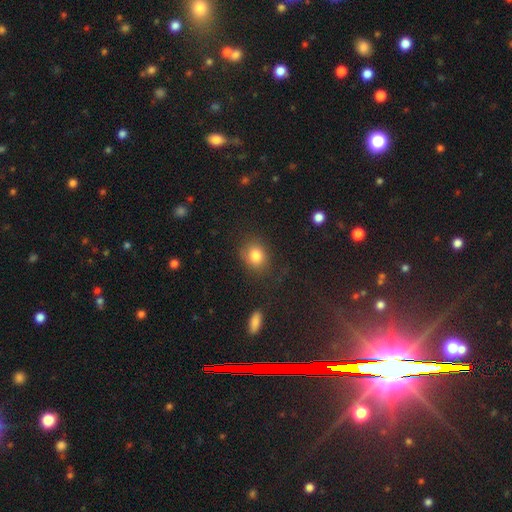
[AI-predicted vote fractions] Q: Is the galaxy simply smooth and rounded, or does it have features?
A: smooth — 83%.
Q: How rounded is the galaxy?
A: round — 62%.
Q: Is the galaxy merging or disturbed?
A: none — 80%.